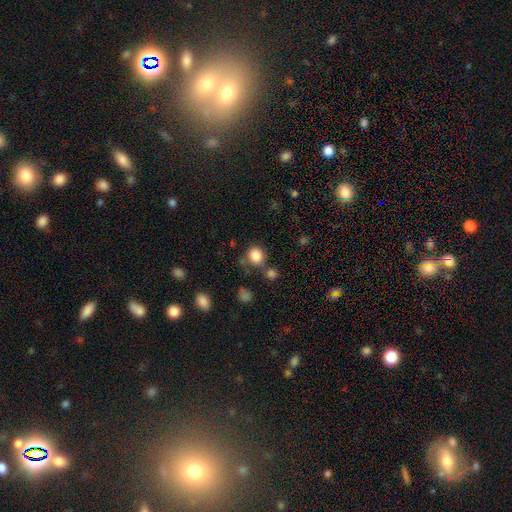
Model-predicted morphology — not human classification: Smooth or featured? Predicted: smooth (p=0.85). How rounded? Predicted: round (p=0.78). Merging? Predicted: none (p=0.68).